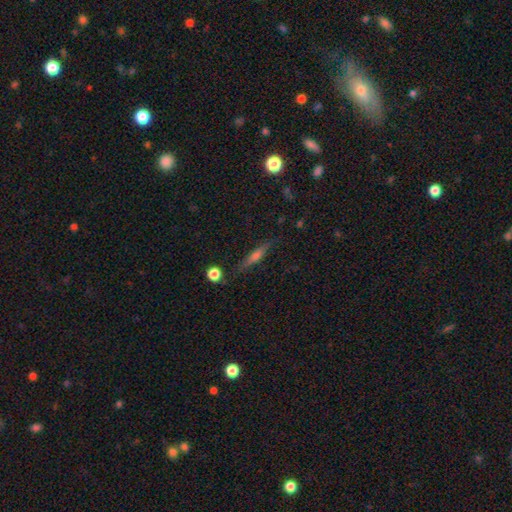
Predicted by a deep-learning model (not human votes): smooth-or-featured: featured or disk: 53% | smooth: 36% | star or artifact: 10%
  disk-edge-on: yes: 95% | no: 5%
    edge-on-bulge: rounded: 68% | none: 19% | boxy: 14%
  merging: none: 86% | minor disturbance: 10% | major disturbance: 2% | merger: 2%